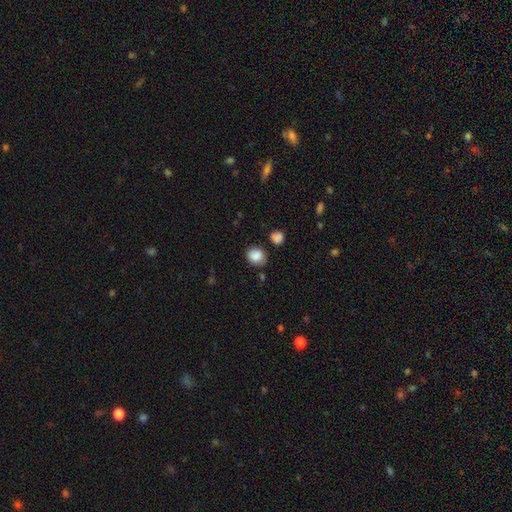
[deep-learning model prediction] Smooth or featured? smooth (87%)
How rounded? round (68%)
Merging? none (76%)